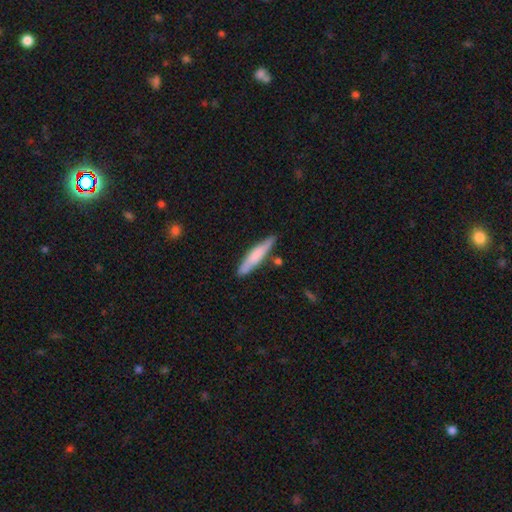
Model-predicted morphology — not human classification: smooth 69%, featured or disk 26%, star or artifact 5%. Down the decision tree: how rounded — cigar-shaped (89%); merging — none (80%).